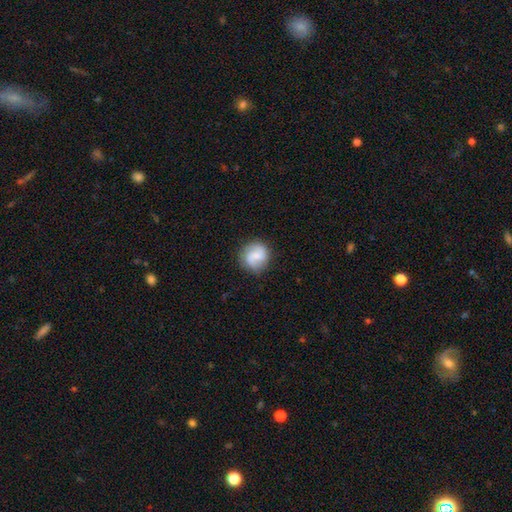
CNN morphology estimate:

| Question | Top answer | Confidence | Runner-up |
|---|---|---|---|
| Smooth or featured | featured or disk | 59% | smooth (34%) |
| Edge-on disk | no | 98% | yes (2%) |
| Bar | weak | 49% | no (39%) |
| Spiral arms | yes | 93% | no (7%) |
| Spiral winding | medium | 45% | loose (36%) |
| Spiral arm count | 2 | 88% | can't tell (5%) |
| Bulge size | small | 48% | moderate (27%) |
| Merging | none | 84% | minor disturbance (11%) |